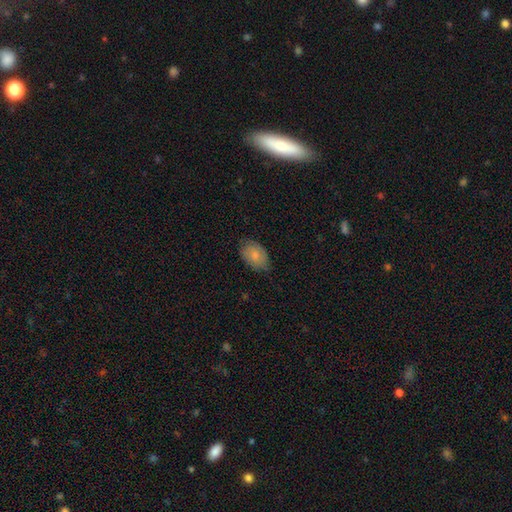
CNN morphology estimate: smooth 77%, featured or disk 17%, star or artifact 6%. Down the decision tree: how rounded — in between (87%); merging — none (72%).